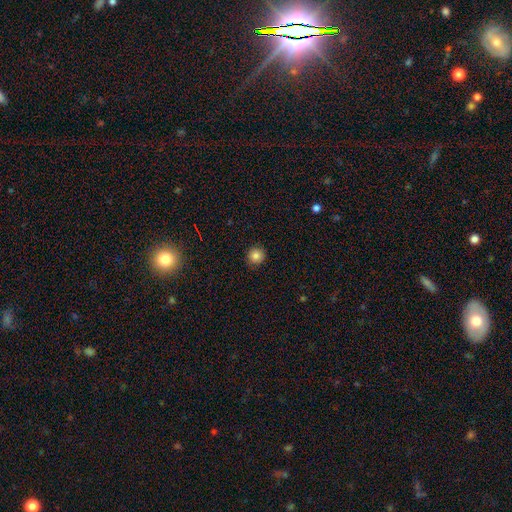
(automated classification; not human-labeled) Overall: smooth (83%). How rounded: round (93%). Merging: none (90%).